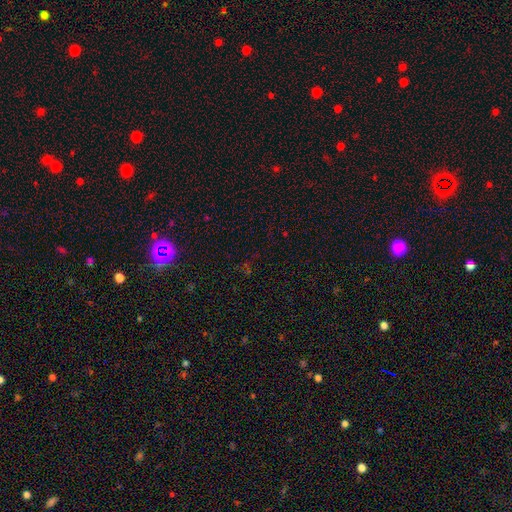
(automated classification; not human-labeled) Smooth or featured: star or artifact — 66% (smooth — 24%)